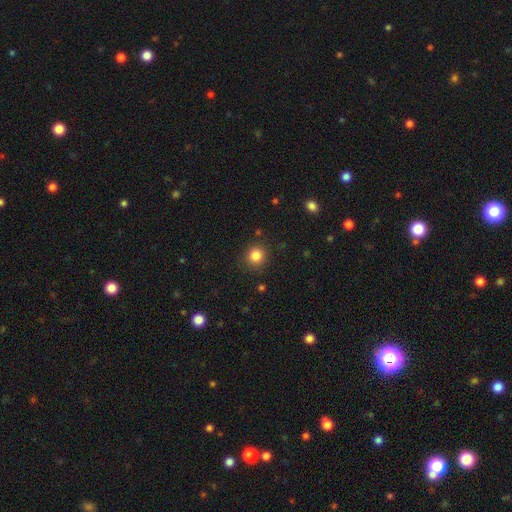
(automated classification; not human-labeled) smooth_or_featured: smooth (p=0.84) [alt: star or artifact p=0.11]
how_rounded: round (p=0.91) [alt: in between p=0.08]
merging: none (p=0.89) [alt: minor disturbance p=0.07]